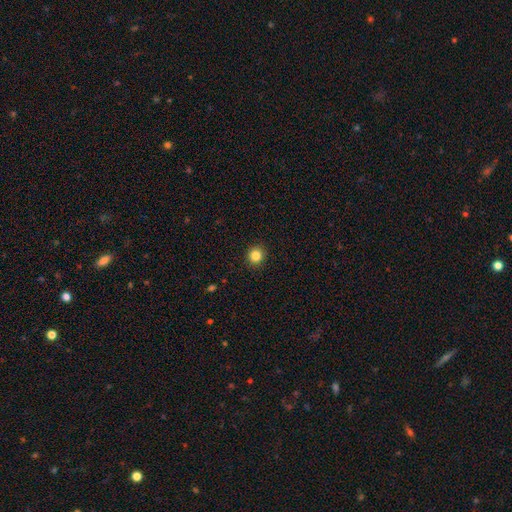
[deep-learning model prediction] smooth_or_featured: smooth (p=0.84) [alt: star or artifact p=0.11]
how_rounded: round (p=0.90) [alt: in between p=0.09]
merging: none (p=0.92) [alt: minor disturbance p=0.05]